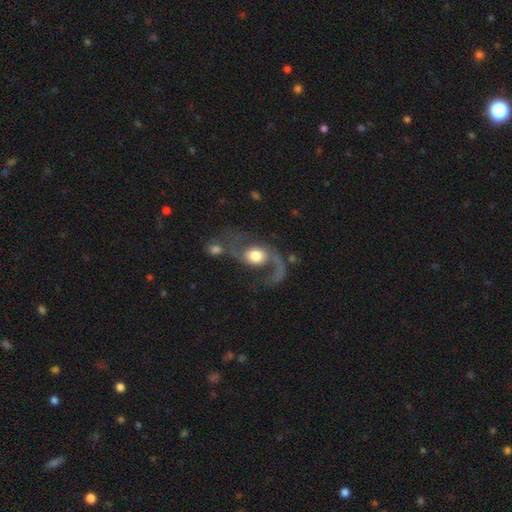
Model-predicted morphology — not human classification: featured or disk 79%, smooth 15%, star or artifact 6%. Down the decision tree: edge-on disk — no (97%); bar — no (66%); spiral arms — yes (92%); spiral arm count — 2 (80%); spiral winding — loose (73%); bulge size — moderate (43%); merging — none (44%).